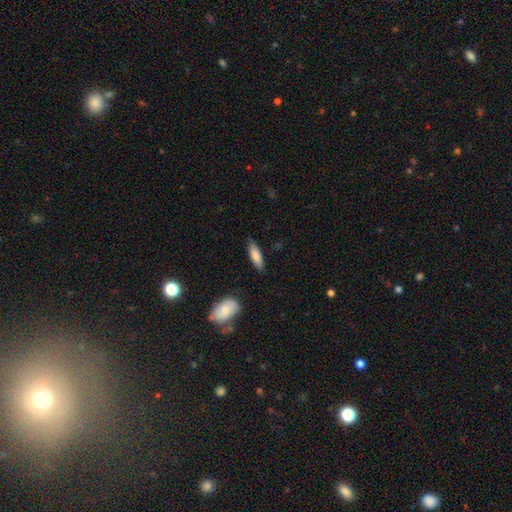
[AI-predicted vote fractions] smooth_or_featured: smooth (p=0.82) [alt: featured or disk p=0.12]
how_rounded: in between (p=0.53) [alt: cigar-shaped p=0.45]
merging: none (p=0.81) [alt: minor disturbance p=0.14]